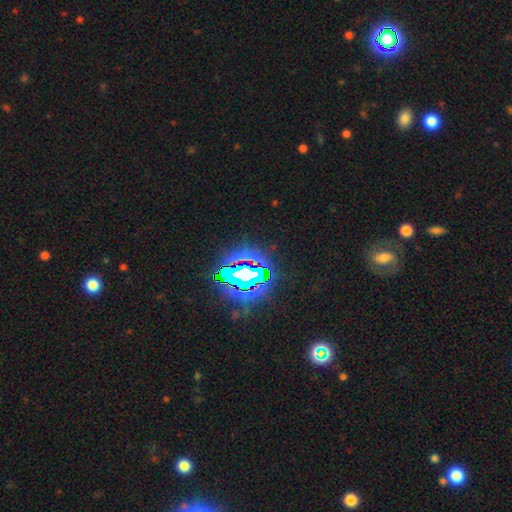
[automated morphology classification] star or artifact 83%, smooth 9%, featured or disk 7%.